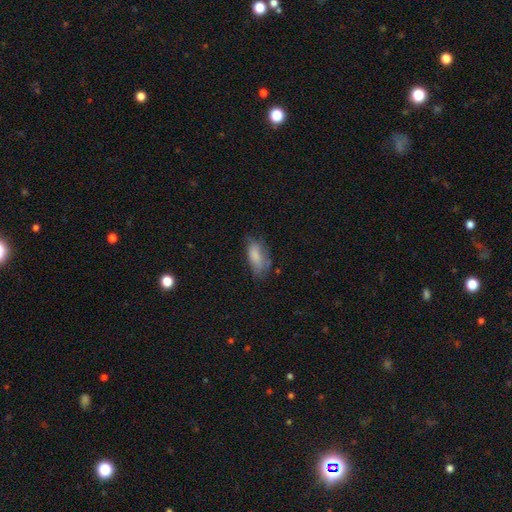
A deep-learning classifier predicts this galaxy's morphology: Overall: smooth (77%). How rounded: in between (85%). Merging: none (51%; minor disturbance 32%).